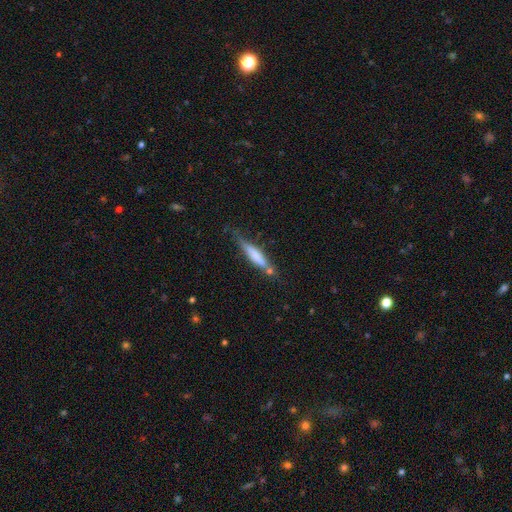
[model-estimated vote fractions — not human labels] Overall: smooth (58%; featured or disk 35%). How rounded: cigar-shaped (86%). Merging: none (59%; minor disturbance 23%).